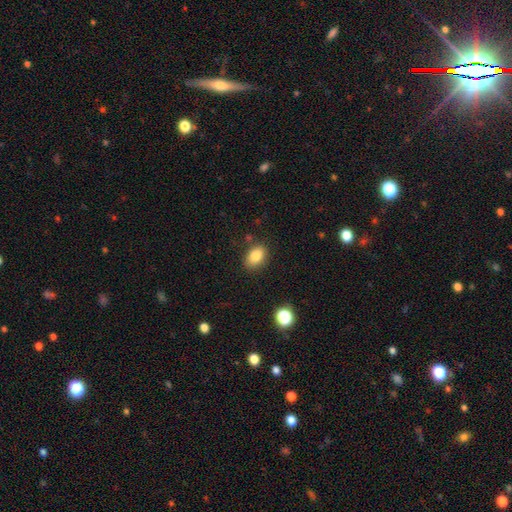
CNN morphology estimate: Q: Smooth or featured?
A: smooth (83%); runner-up: star or artifact (10%)
Q: How rounded?
A: in between (82%); runner-up: round (17%)
Q: Merging?
A: none (81%); runner-up: minor disturbance (13%)